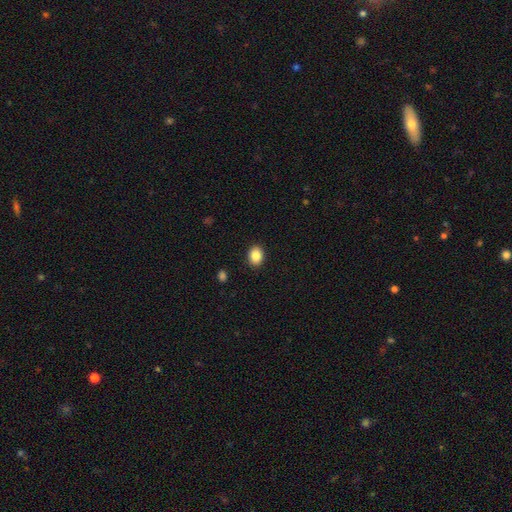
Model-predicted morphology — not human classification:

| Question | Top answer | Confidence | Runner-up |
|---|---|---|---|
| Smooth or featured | smooth | 87% | star or artifact (8%) |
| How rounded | in between | 63% | round (36%) |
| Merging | none | 90% | minor disturbance (7%) |